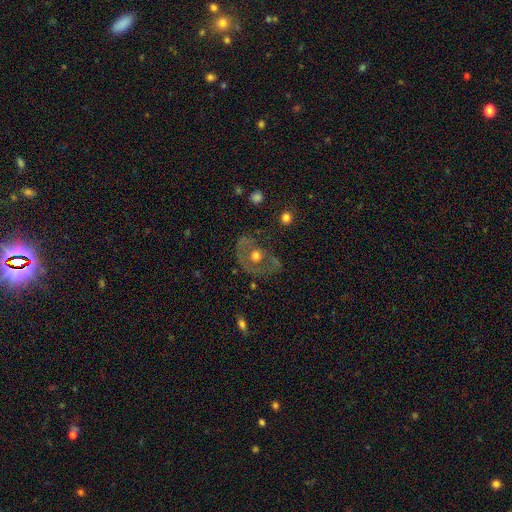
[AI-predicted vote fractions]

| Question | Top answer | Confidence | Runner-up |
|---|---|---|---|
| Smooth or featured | featured or disk | 61% | smooth (28%) |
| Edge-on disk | no | 95% | yes (5%) |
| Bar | no | 87% | weak (10%) |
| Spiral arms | no | 68% | yes (32%) |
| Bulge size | moderate | 70% | large (13%) |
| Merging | none | 57% | minor disturbance (20%) |